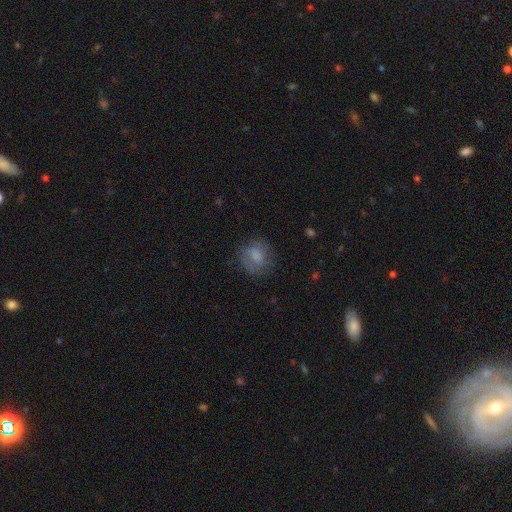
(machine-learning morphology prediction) type=smooth (58%); roundness=round (70%); merging=none (66%).